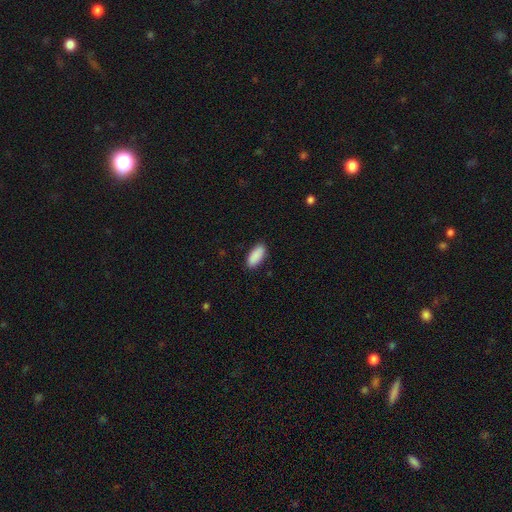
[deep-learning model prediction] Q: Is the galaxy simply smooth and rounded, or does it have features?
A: smooth — 90%.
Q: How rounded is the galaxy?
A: in between — 86%.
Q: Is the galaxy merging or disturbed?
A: none — 88%.